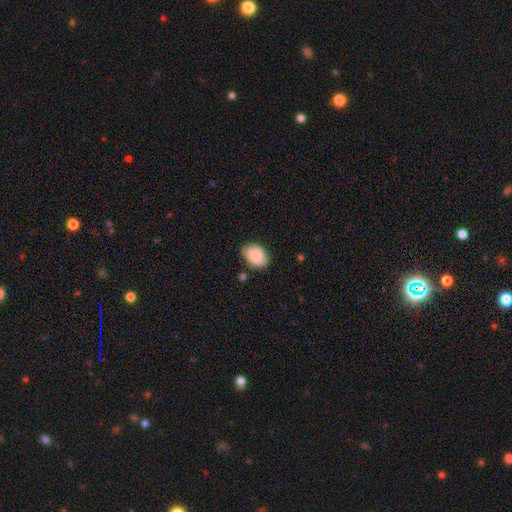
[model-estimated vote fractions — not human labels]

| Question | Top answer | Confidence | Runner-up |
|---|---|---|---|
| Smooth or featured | smooth | 81% | featured or disk (12%) |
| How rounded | in between | 71% | round (28%) |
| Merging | none | 75% | minor disturbance (19%) |